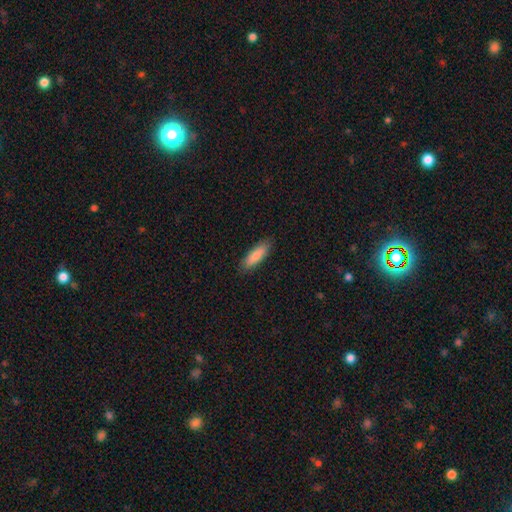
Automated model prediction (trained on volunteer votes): The model was most divided on "how rounded": cigar-shaped: 51%, in between: 48%, round: 2%. More confident: merging — none (86%); smooth or featured — smooth (86%).